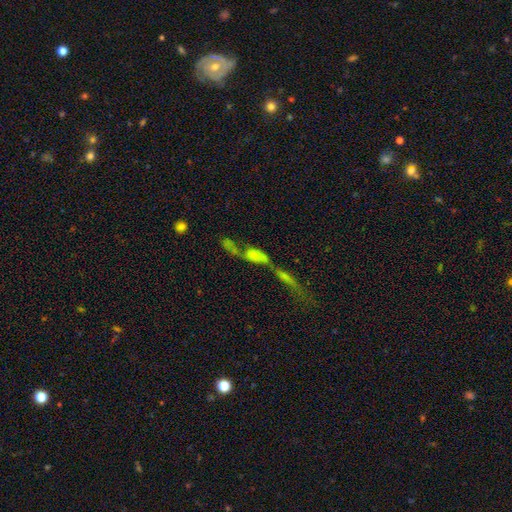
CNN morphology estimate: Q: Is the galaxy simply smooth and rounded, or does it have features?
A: smooth — 49%.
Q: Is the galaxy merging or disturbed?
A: merger — 69%.